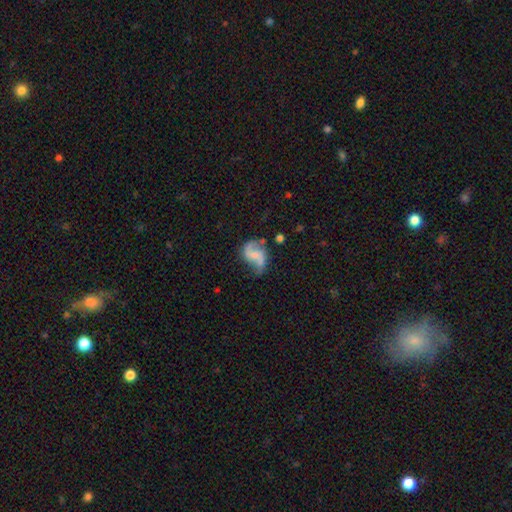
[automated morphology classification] smooth-or-featured: featured or disk: 78% | smooth: 15% | star or artifact: 7%
  disk-edge-on: no: 98% | yes: 2%
    bar: weak: 43% | no: 38% | strong: 19%
    has-spiral-arms: yes: 93% | no: 7%
      spiral-winding: loose: 65% | medium: 28% | tight: 6%
      spiral-arm-count: 2: 89% | 1: 5% | can't tell: 3% | 3: 1% | 4: 1% | more than 4: 1%
    bulge-size: none: 51% | small: 28% | moderate: 16% | large: 4% | dominant: 1%
  merging: none: 56% | minor disturbance: 23% | major disturbance: 16% | merger: 6%